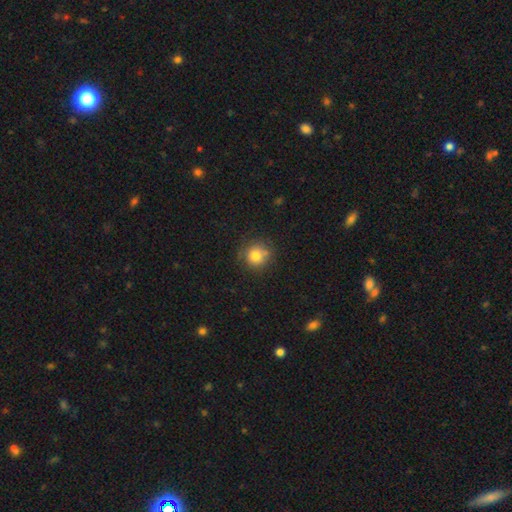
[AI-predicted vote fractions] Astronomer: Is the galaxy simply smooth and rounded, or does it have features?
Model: smooth — 79%.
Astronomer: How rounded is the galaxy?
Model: round — 92%.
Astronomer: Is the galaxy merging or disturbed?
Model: none — 75%.